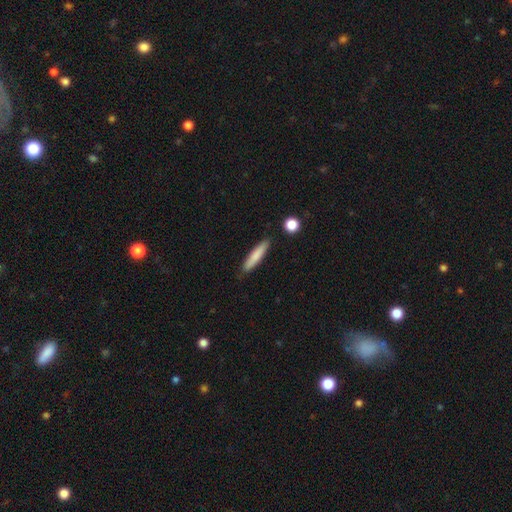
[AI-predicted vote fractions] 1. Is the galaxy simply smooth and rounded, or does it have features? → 80% smooth, 14% featured or disk, 6% star or artifact.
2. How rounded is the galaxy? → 87% cigar-shaped, 12% in between, 1% round.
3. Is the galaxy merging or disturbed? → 87% none, 9% minor disturbance, 2% merger, 2% major disturbance.